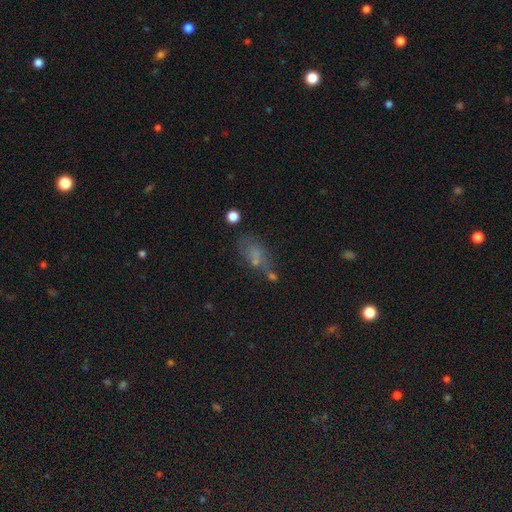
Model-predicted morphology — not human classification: A smooth galaxy with no disk features (53%) that is in between round and cigar-shaped (77%). Merging: none (41%).